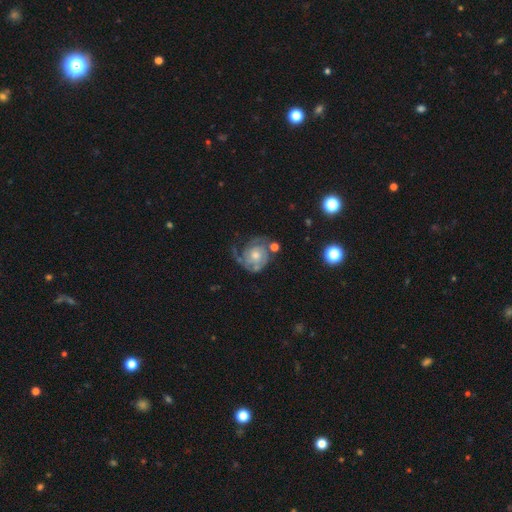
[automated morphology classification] Smooth or featured: featured or disk — 80% (smooth — 14%)
Edge-on disk: no — 98% (yes — 2%)
Bar: no — 77% (weak — 20%)
Spiral arms: yes — 92% (no — 8%)
Spiral winding: tight — 58% (medium — 30%)
Spiral arm count: 2 — 43% (can't tell — 22%)
Bulge size: moderate — 58% (small — 33%)
Merging: none — 52% (minor disturbance — 23%)